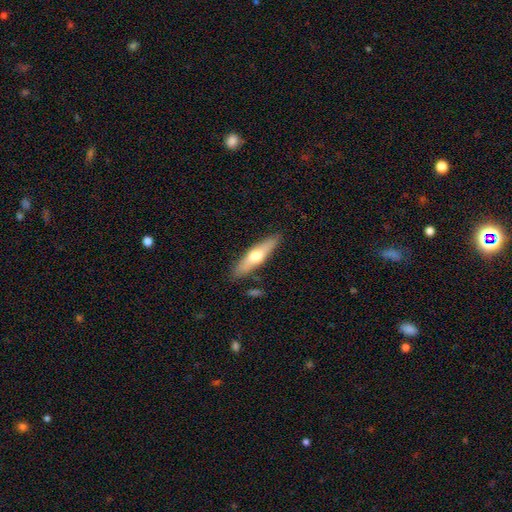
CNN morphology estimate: The model was most divided on "smooth or featured": smooth: 50%, featured or disk: 45%, star or artifact: 5%. More confident: merging — none (86%); how rounded — cigar-shaped (73%).